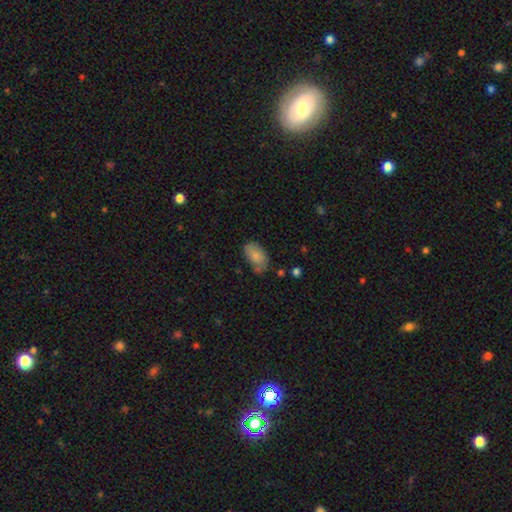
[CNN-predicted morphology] smooth 80%, featured or disk 12%, star or artifact 7%. Down the decision tree: how rounded — in between (93%); merging — none (58%).